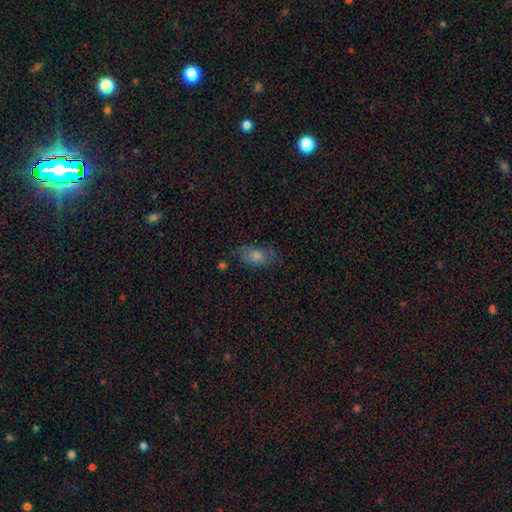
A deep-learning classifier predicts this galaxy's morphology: Smooth or featured? Predicted: smooth (p=0.64). How rounded? Predicted: in between (p=0.85). Merging? Predicted: none (p=0.61).